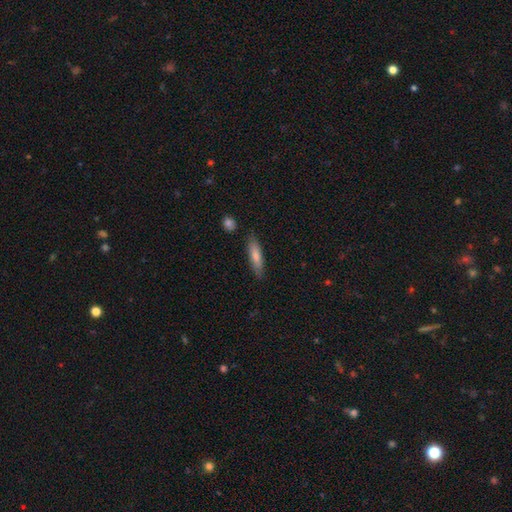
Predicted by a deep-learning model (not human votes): Smooth or featured?
  - smooth: 75% *
  - featured or disk: 19%
  - star or artifact: 6%
How rounded?
  - cigar-shaped: 68% *
  - in between: 31%
  - round: 2%
Merging?
  - none: 82% *
  - minor disturbance: 13%
  - merger: 3%
  - major disturbance: 2%